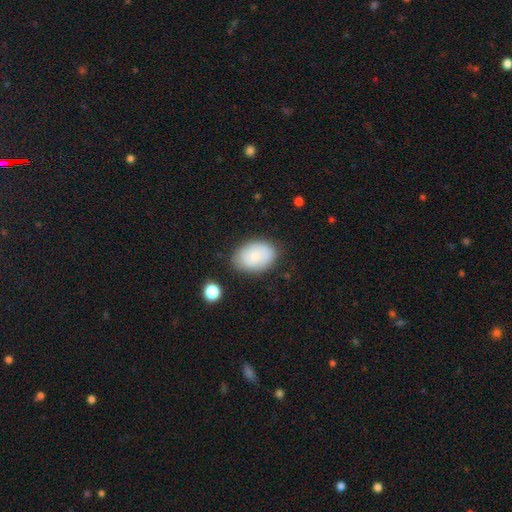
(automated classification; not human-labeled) A smooth galaxy with no disk features (78%) that is in between round and cigar-shaped (86%). Merging: none (79%).